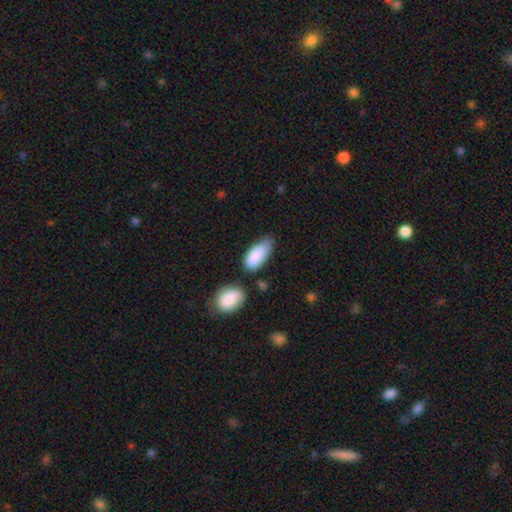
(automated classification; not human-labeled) This is clearly a smooth galaxy (86%). How rounded: clearly in between (88%). Merging: possibly none (52%).